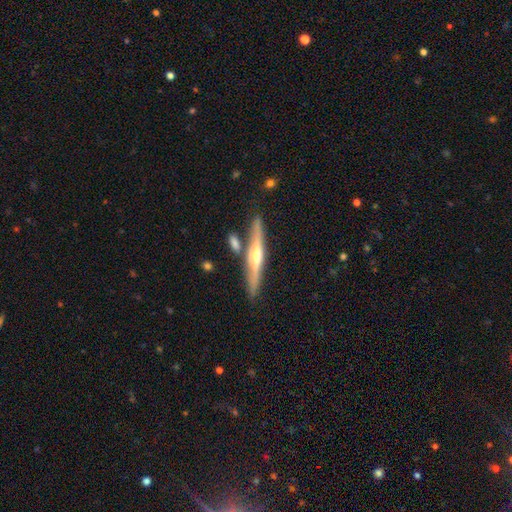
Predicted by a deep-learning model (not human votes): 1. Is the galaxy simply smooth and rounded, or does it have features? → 72% featured or disk, 22% smooth, 6% star or artifact.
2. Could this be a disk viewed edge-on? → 96% yes, 4% no.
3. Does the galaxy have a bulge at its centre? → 87% rounded, 8% none, 5% boxy.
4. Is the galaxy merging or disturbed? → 80% none, 10% minor disturbance, 8% merger, 2% major disturbance.